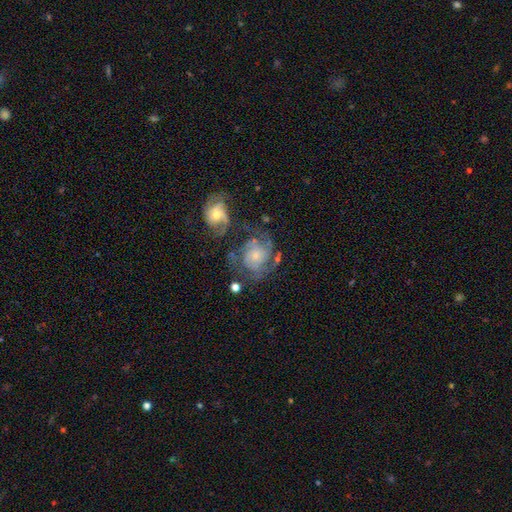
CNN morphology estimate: type=featured or disk (71%); edge-on=no (98%); bar=no (76%); spiral arms=yes (89%); winding=tight (48%); arm count=can't tell (30%); bulge=small (57%); merging=none (48%).